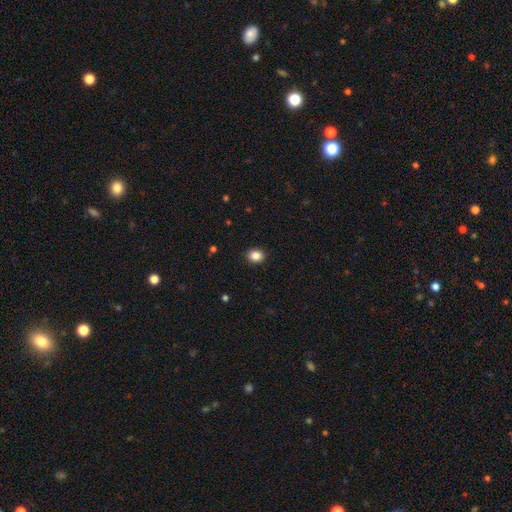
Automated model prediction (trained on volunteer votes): Smooth or featured? smooth (87%)
How rounded? round (58%)
Merging? none (91%)